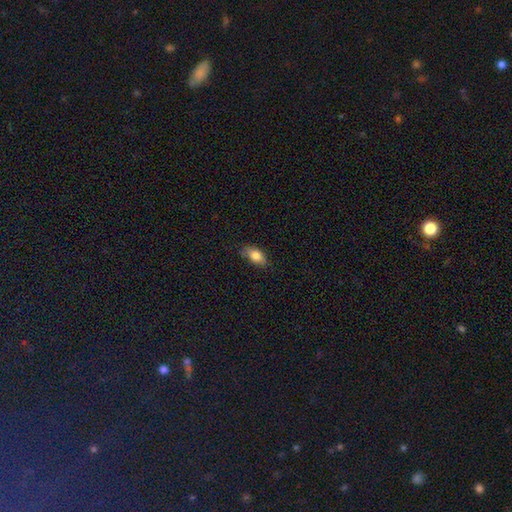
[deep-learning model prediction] The model was most divided on "merging": none: 73%, minor disturbance: 22%, major disturbance: 4%, merger: 1%. More confident: how rounded — in between (87%); smooth or featured — smooth (82%).